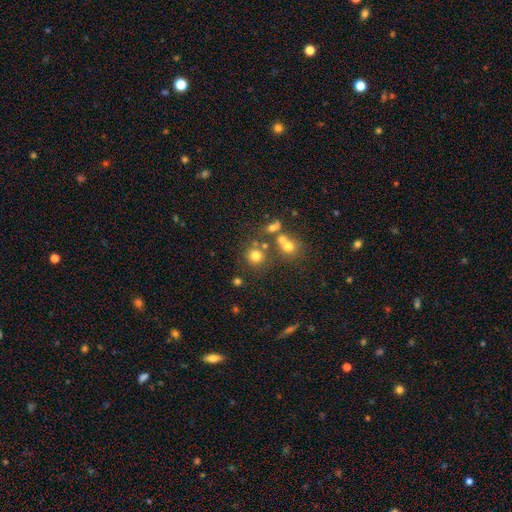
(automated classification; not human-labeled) smooth-or-featured: smooth: 73% | star or artifact: 17% | featured or disk: 10%
  how-rounded: round: 89% | in between: 10% | cigar-shaped: 1%
  merging: none: 68% | merger: 17% | minor disturbance: 10% | major disturbance: 5%